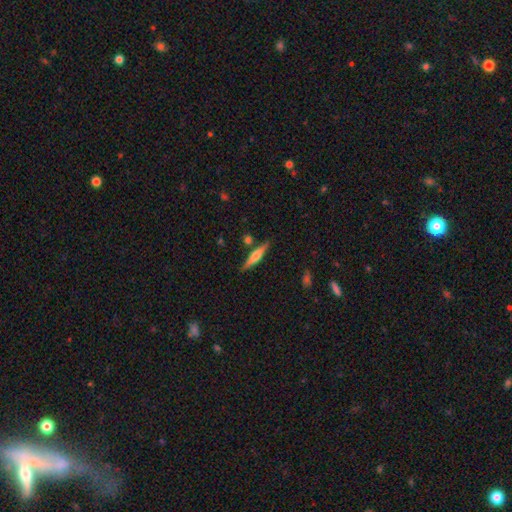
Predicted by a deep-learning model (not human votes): Overall: featured or disk (53%; smooth 41%). Edge-on disk: yes (96%). Edge-on bulge: rounded (80%). Merging: none (84%).